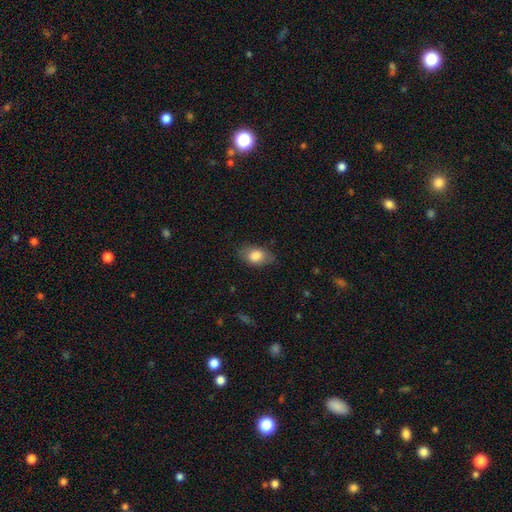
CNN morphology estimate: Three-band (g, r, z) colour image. It shows a smooth galaxy with no disk features (80%) that is in between round and cigar-shaped (87%). Merging: none (76%).